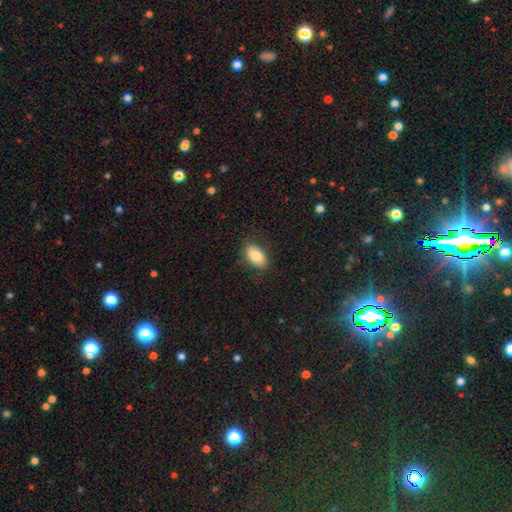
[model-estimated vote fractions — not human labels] smooth-or-featured: smooth: 79% | featured or disk: 13% | star or artifact: 7%
  how-rounded: in between: 92% | round: 6% | cigar-shaped: 2%
  merging: none: 83% | minor disturbance: 13% | major disturbance: 4% | merger: 1%